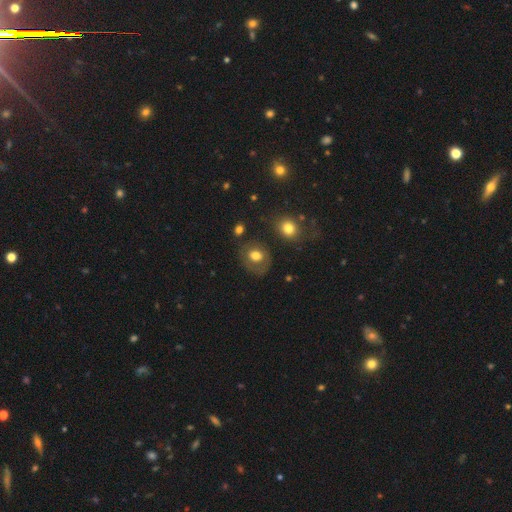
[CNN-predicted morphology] type=smooth (66%); roundness=round (61%); merging=none (71%).